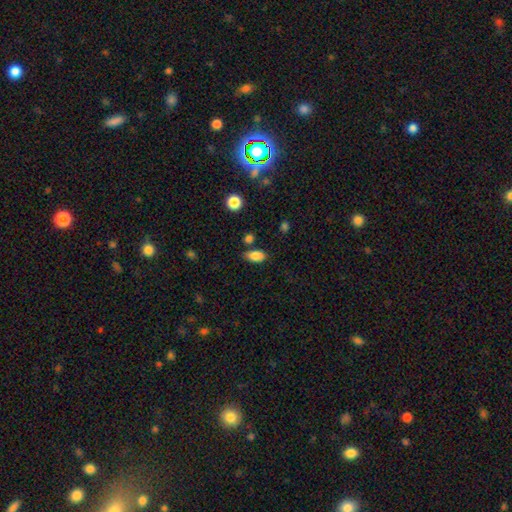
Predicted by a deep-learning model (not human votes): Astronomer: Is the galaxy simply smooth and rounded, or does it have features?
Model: smooth — 85%.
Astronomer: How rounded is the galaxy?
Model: in between — 90%.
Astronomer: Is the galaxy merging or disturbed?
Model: none — 68%.